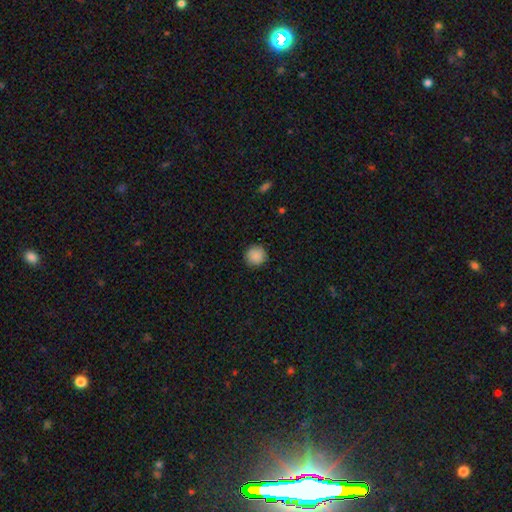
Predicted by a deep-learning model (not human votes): Smooth or featured: smooth — 88% (star or artifact — 8%)
How rounded: round — 94% (in between — 5%)
Merging: none — 90% (minor disturbance — 7%)